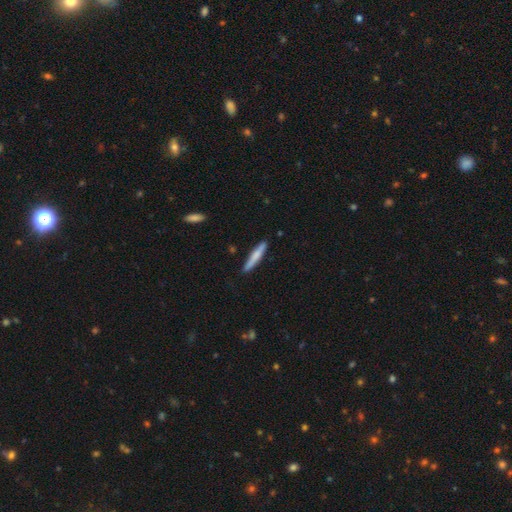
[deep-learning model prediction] smooth_or_featured: smooth (p=0.69) [alt: featured or disk p=0.25]
how_rounded: cigar-shaped (p=0.93) [alt: in between p=0.06]
merging: none (p=0.87) [alt: minor disturbance p=0.10]